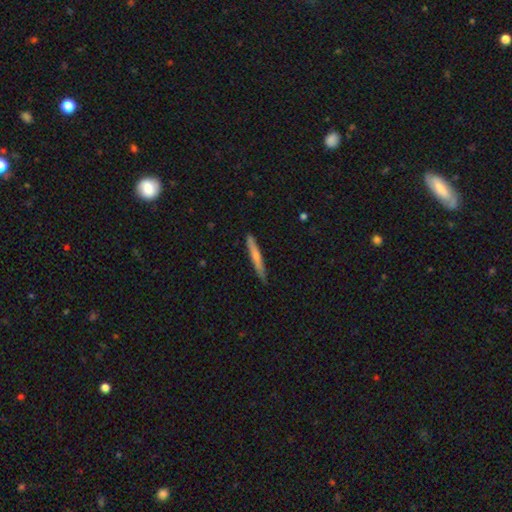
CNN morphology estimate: Smooth or featured: smooth — 64% (featured or disk — 31%)
How rounded: cigar-shaped — 95% (in between — 3%)
Merging: none — 85% (minor disturbance — 12%)